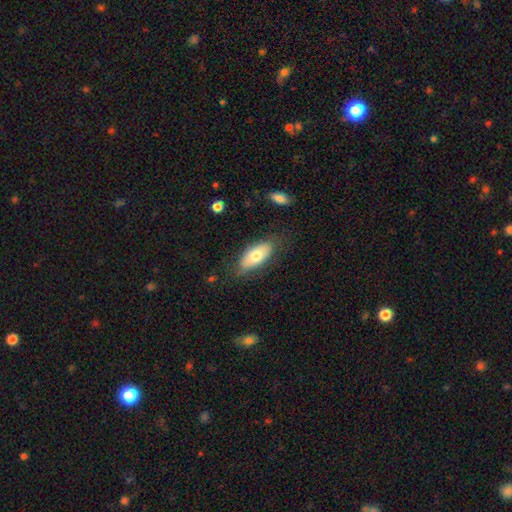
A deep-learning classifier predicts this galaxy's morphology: smooth 70%, featured or disk 23%, star or artifact 7%. Down the decision tree: how rounded — in between (87%); merging — none (73%).